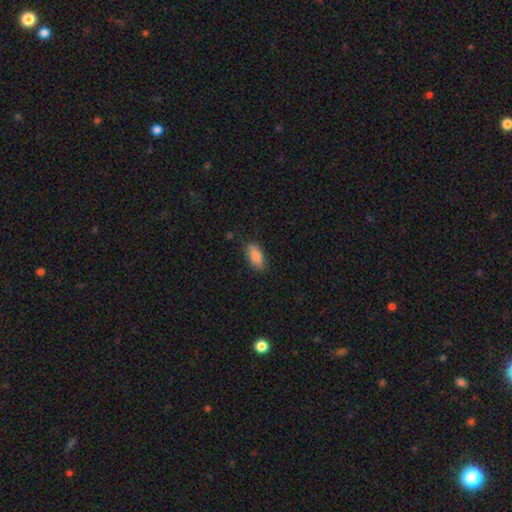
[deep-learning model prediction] This appears to be a smooth galaxy with no disk features (86%) that is in between round and cigar-shaped (86%). Merging: none (83%).